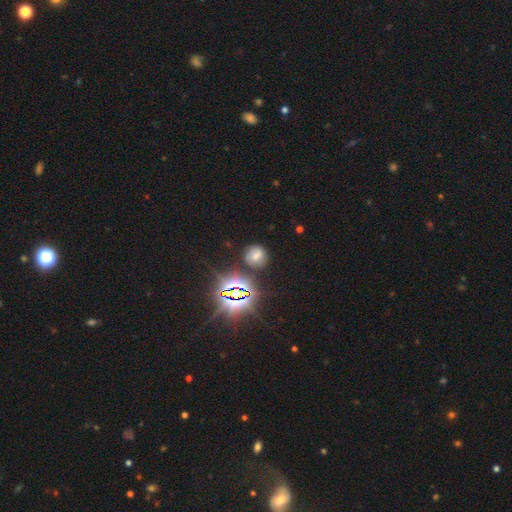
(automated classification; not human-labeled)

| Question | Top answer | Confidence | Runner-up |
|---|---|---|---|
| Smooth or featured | smooth | 56% | star or artifact (29%) |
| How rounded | round | 80% | in between (19%) |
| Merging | none | 79% | minor disturbance (13%) |